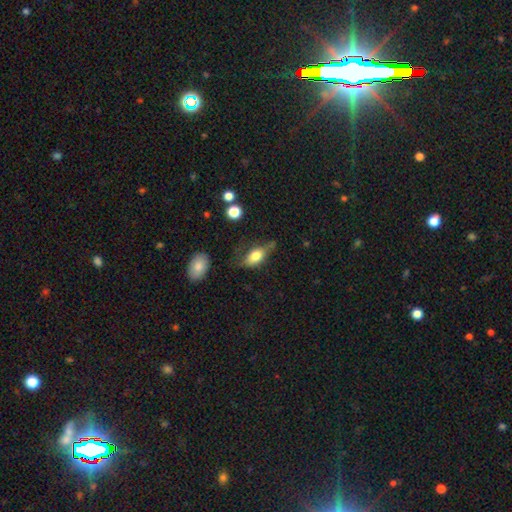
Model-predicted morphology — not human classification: Smooth or featured? smooth (73%)
How rounded? in between (85%)
Merging? none (42%)